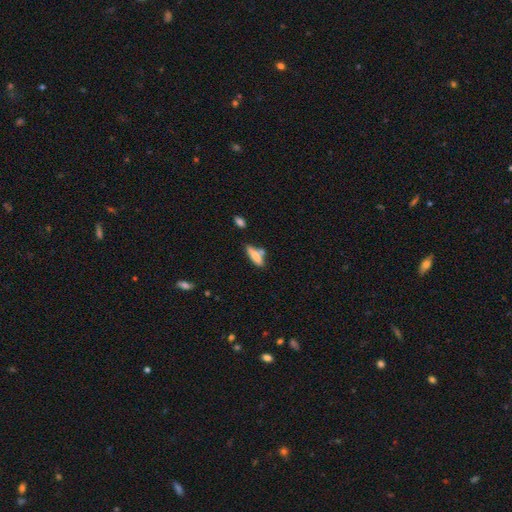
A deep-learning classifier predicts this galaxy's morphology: A smooth galaxy with no disk features (68%) that is in between round and cigar-shaped (54%). Merging: none (56%).